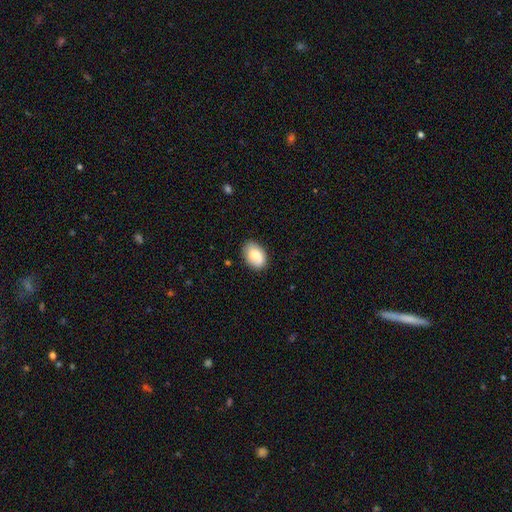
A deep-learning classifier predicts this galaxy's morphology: The model was most divided on "smooth or featured": smooth: 78%, featured or disk: 15%, star or artifact: 7%. More confident: how rounded — in between (85%); merging — none (80%).